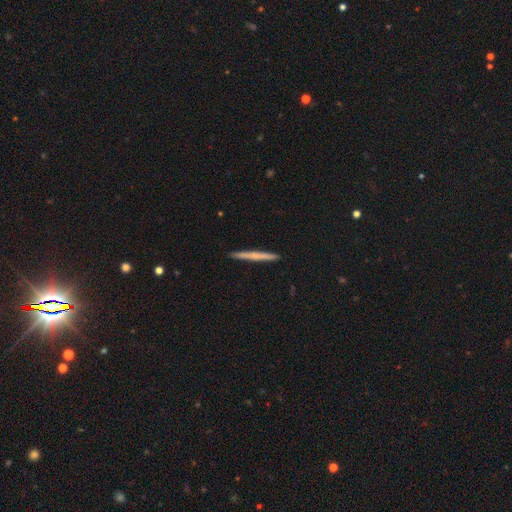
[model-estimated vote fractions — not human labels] Smooth or featured?
  - smooth: 56% *
  - featured or disk: 38%
  - star or artifact: 6%
How rounded?
  - cigar-shaped: 97% *
  - in between: 2%
  - round: 1%
Merging?
  - none: 93% *
  - minor disturbance: 5%
  - major disturbance: 1%
  - merger: 1%